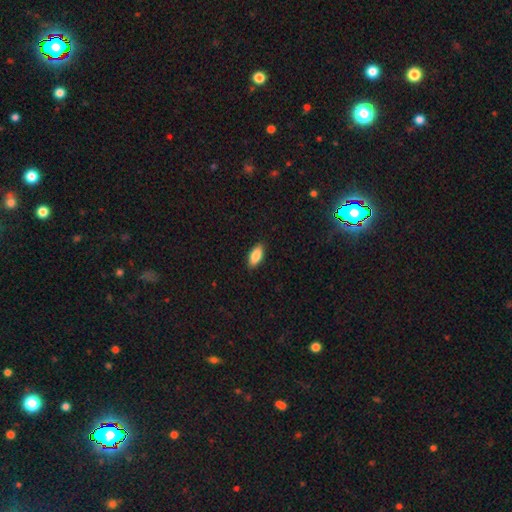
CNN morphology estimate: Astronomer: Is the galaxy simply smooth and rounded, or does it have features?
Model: smooth — 85%.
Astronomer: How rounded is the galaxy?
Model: in between — 87%.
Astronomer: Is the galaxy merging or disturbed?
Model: none — 89%.